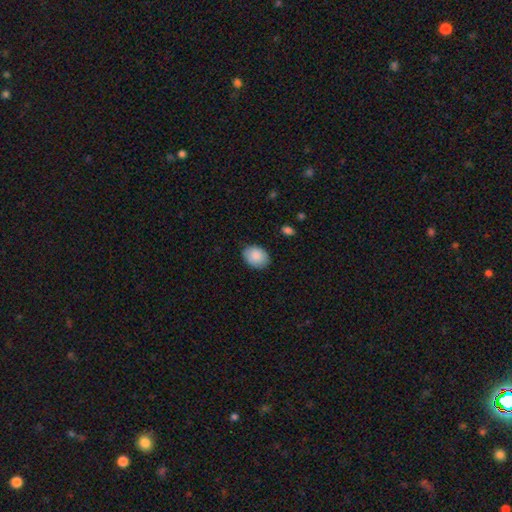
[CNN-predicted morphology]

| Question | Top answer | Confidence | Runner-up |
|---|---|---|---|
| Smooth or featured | smooth | 88% | star or artifact (6%) |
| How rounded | in between | 69% | round (30%) |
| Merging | none | 84% | minor disturbance (13%) |